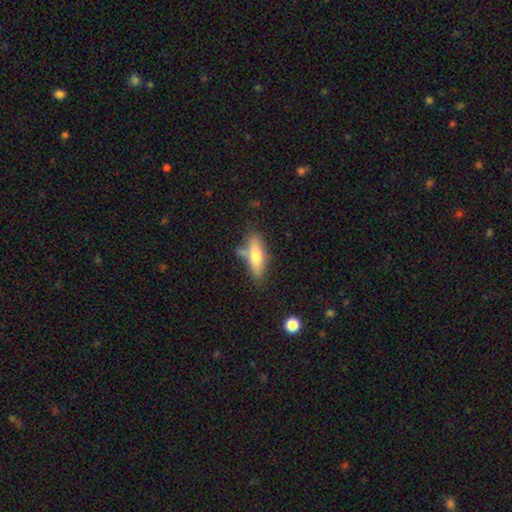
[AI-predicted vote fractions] Smooth or featured?
  - smooth: 65% *
  - featured or disk: 29%
  - star or artifact: 7%
How rounded?
  - in between: 51% *
  - cigar-shaped: 47%
  - round: 3%
Merging?
  - none: 64% *
  - minor disturbance: 19%
  - merger: 12%
  - major disturbance: 5%